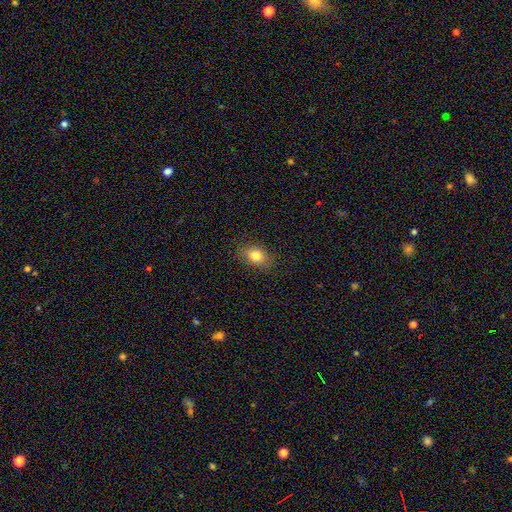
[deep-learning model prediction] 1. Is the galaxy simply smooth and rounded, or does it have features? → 81% smooth, 11% star or artifact, 9% featured or disk.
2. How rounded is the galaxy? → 68% in between, 30% round, 2% cigar-shaped.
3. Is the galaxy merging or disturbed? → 85% none, 11% minor disturbance, 3% major disturbance, 1% merger.